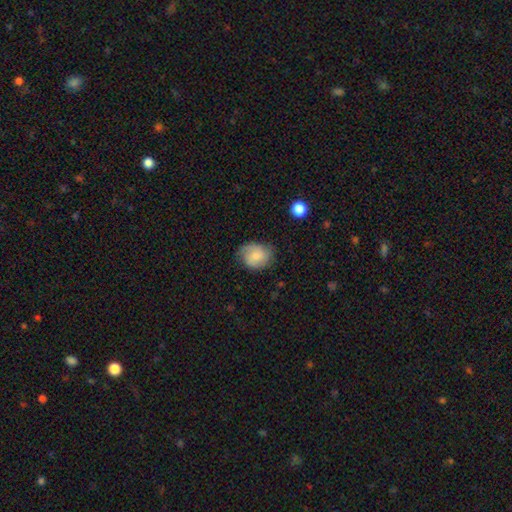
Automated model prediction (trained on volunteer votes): A smooth galaxy with no disk features (66%) that is round (55%).

Vote fractions:
- Smooth or featured? smooth: 66% / featured or disk: 27% / star or artifact: 8%
- How rounded? round: 55% / in between: 44% / cigar-shaped: 1%
- Merging? none: 63% / minor disturbance: 27% / major disturbance: 8% / merger: 1%